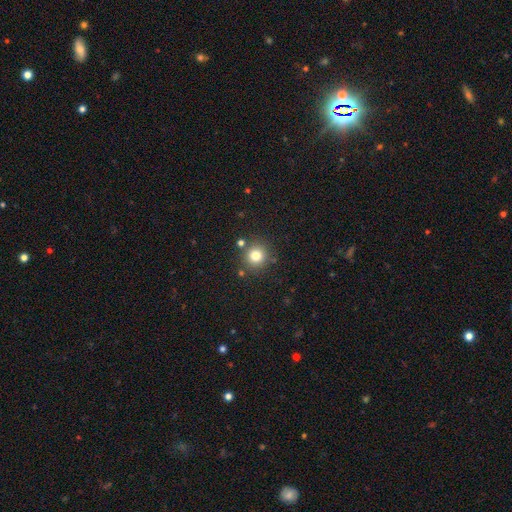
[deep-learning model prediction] smooth 79%, star or artifact 14%, featured or disk 7%. Down the decision tree: how rounded — round (93%); merging — none (84%).